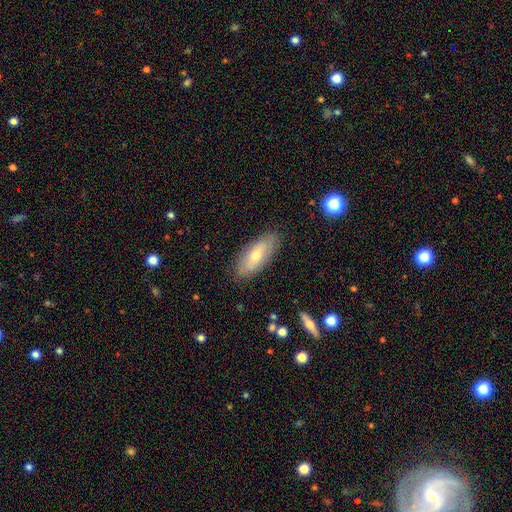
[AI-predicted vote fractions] Smooth or featured? Predicted: smooth (p=0.55). How rounded? Predicted: in between (p=0.76). Merging? Predicted: none (p=0.83).